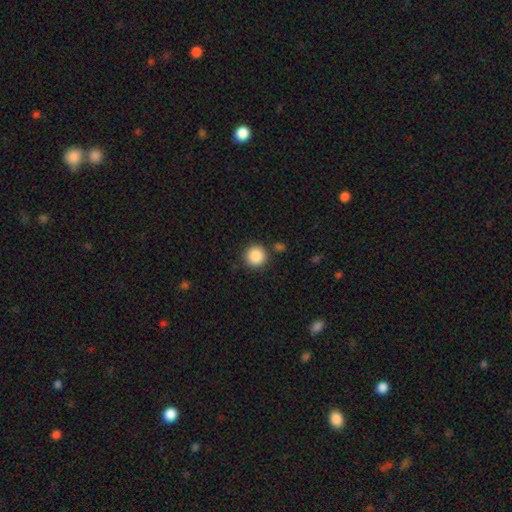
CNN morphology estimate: This is clearly a smooth galaxy (88%). How rounded: clearly round (95%). Merging: clearly none (87%).